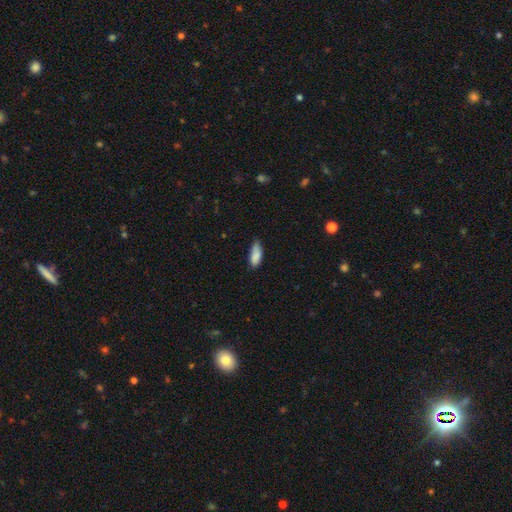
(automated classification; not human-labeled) Smooth or featured? Predicted: smooth (p=0.86). How rounded? Predicted: in between (p=0.78). Merging? Predicted: none (p=0.55).